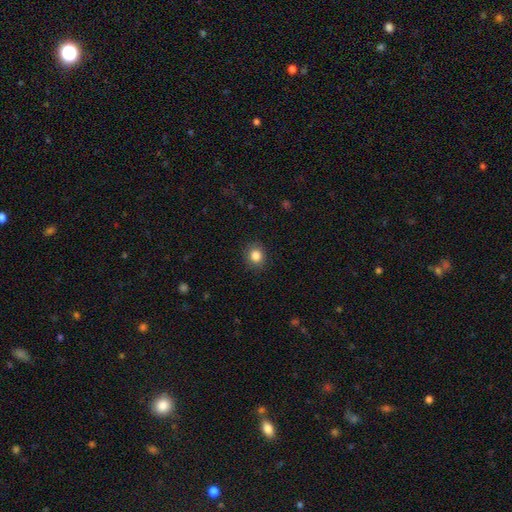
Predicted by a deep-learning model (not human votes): A smooth galaxy with no disk features (85%) that is round (78%).

Vote fractions:
- Smooth or featured? smooth: 85% / star or artifact: 10% / featured or disk: 5%
- How rounded? round: 78% / in between: 21% / cigar-shaped: 1%
- Merging? none: 89% / minor disturbance: 8% / major disturbance: 2% / merger: 1%